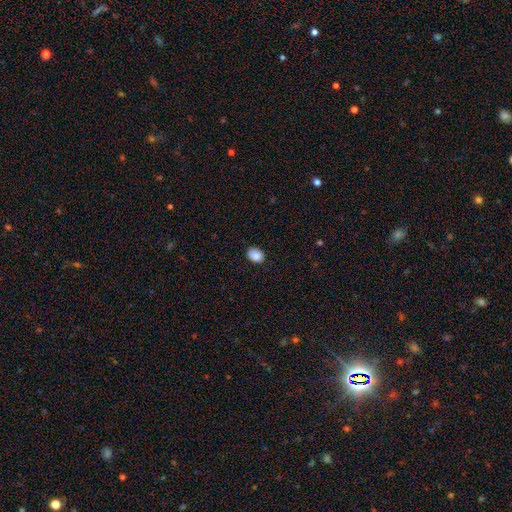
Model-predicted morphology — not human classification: This appears to be a smooth galaxy with no disk features (87%) that is in between round and cigar-shaped (66%). Merging: none (79%).